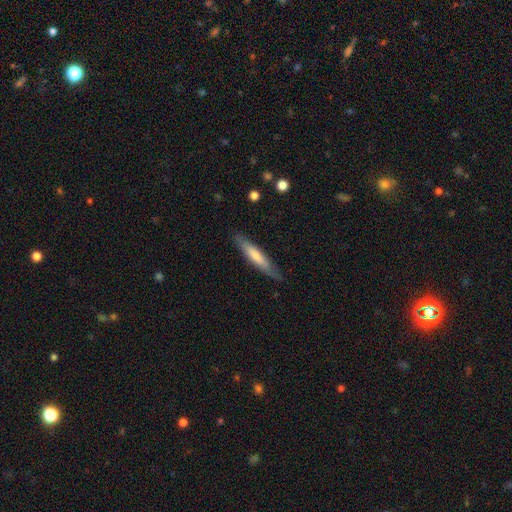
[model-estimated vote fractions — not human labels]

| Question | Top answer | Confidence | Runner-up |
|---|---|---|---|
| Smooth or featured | smooth | 63% | featured or disk (31%) |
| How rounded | cigar-shaped | 88% | in between (10%) |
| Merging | none | 83% | minor disturbance (13%) |